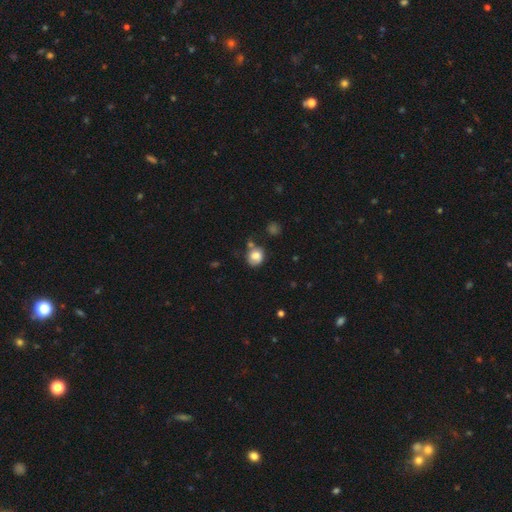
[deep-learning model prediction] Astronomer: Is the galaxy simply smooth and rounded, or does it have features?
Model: smooth — 78%.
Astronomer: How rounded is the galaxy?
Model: round — 66%.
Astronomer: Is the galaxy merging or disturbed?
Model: none — 54%.